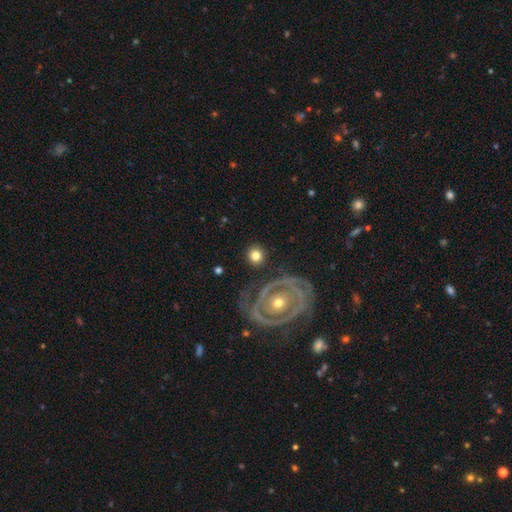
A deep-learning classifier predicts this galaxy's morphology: type=smooth (71%); roundness=round (90%); merging=none (85%).